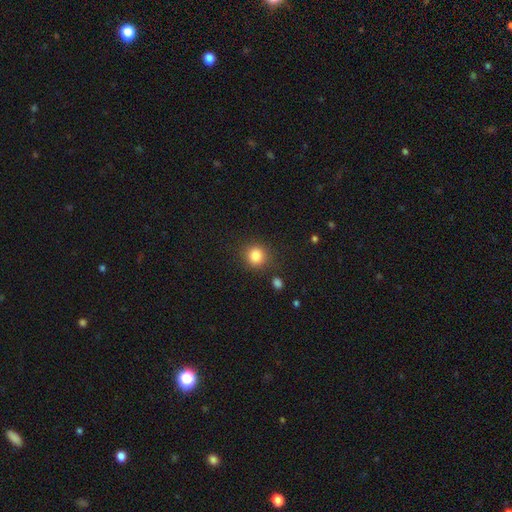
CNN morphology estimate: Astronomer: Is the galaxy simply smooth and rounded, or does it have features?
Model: smooth — 84%.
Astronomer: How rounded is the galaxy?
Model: round — 87%.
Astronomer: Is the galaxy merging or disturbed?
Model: none — 84%.